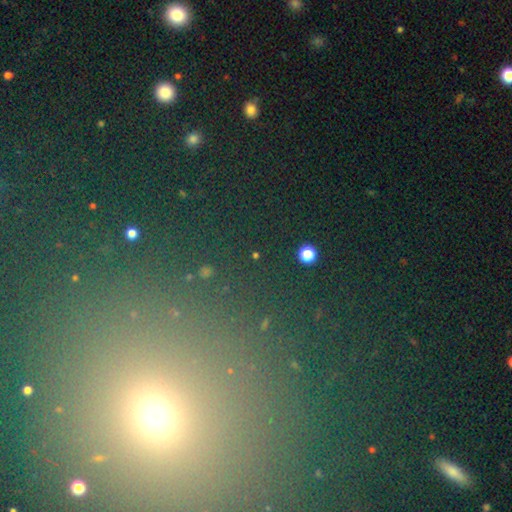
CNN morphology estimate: Overall: star or artifact (53%; smooth 37%).